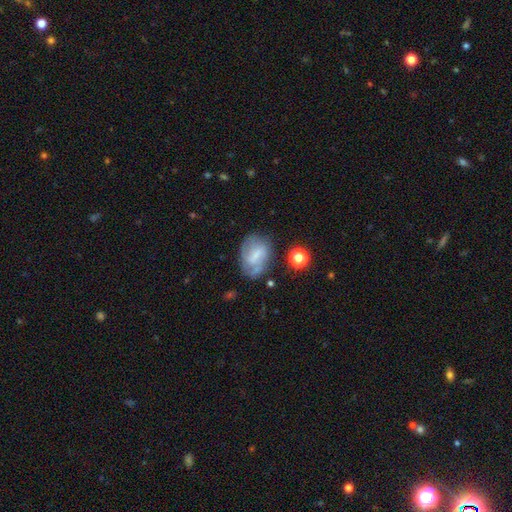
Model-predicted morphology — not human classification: A featured or disk galaxy (53%) with a weak bar (50%), spiral arms (67%) and a small central bulge (48%).

Vote fractions:
- Smooth or featured? featured or disk: 53% / smooth: 38% / star or artifact: 9%
- Edge-on disk? no: 96% / yes: 4%
- Bar? weak: 50% / no: 28% / strong: 22%
- Spiral arms? yes: 67% / no: 33%
- Bulge size? small: 48% / none: 27% / moderate: 21% / large: 2% / dominant: 1%
- Merging? none: 55% / minor disturbance: 26% / major disturbance: 14% / merger: 6%